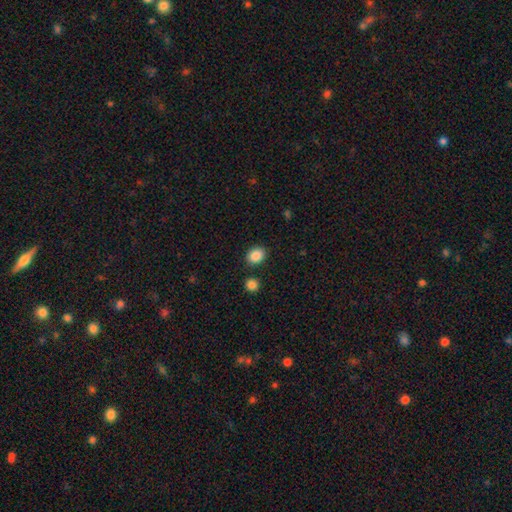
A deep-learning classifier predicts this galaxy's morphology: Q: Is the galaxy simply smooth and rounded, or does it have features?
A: smooth — 87%.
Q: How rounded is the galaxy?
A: round — 54%.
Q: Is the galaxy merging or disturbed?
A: none — 84%.